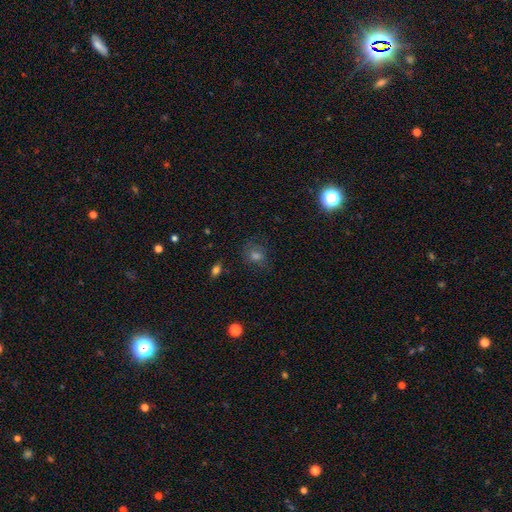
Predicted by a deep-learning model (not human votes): Smooth or featured: smooth — 56% (star or artifact — 30%)
How rounded: round — 62% (in between — 37%)
Merging: none — 72% (minor disturbance — 17%)